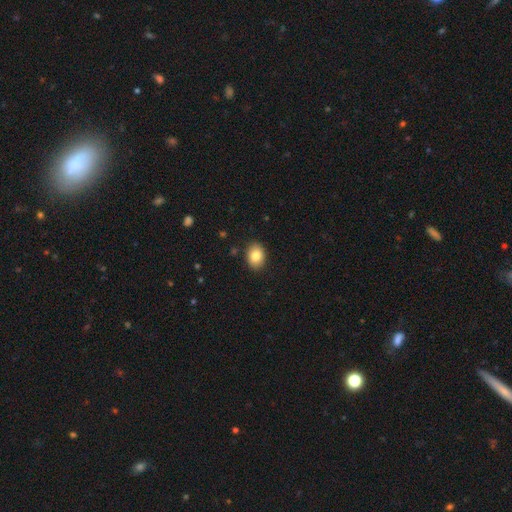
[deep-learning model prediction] The model was most divided on "how rounded": in between: 68%, round: 31%, cigar-shaped: 1%. More confident: merging — none (89%); smooth or featured — smooth (85%).